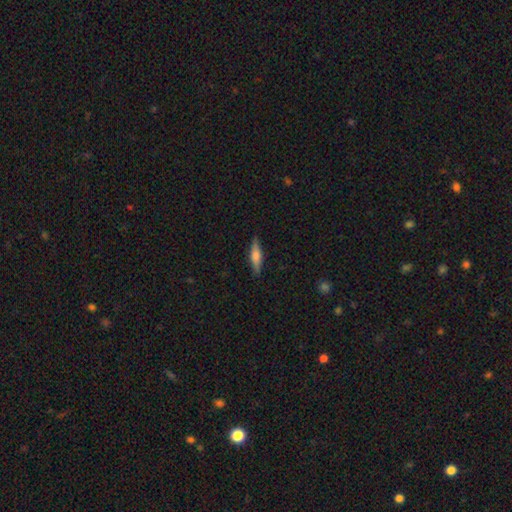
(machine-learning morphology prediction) smooth-or-featured: smooth: 51% | featured or disk: 42% | star or artifact: 6%
  how-rounded: cigar-shaped: 75% | in between: 23% | round: 2%
  merging: none: 88% | minor disturbance: 9% | major disturbance: 2% | merger: 1%